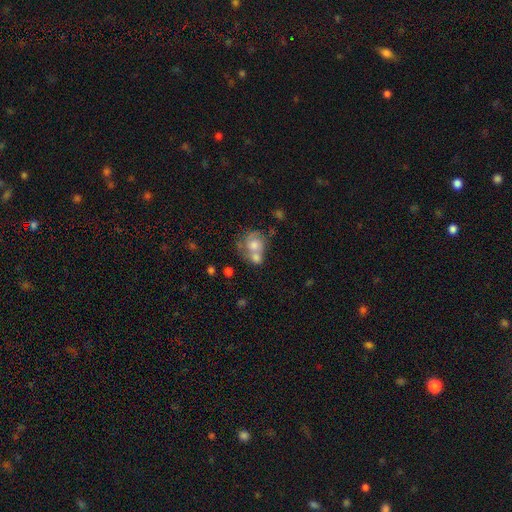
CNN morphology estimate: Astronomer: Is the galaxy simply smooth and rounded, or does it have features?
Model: smooth — 46% (runner-up: featured or disk, 42%).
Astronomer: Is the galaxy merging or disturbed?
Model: merger — 53%.